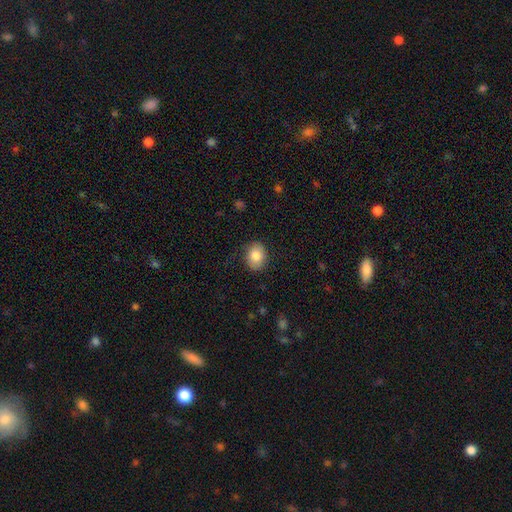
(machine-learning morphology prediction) A smooth galaxy with no disk features (82%) that is in between round and cigar-shaped (52%). Merging: none (85%).